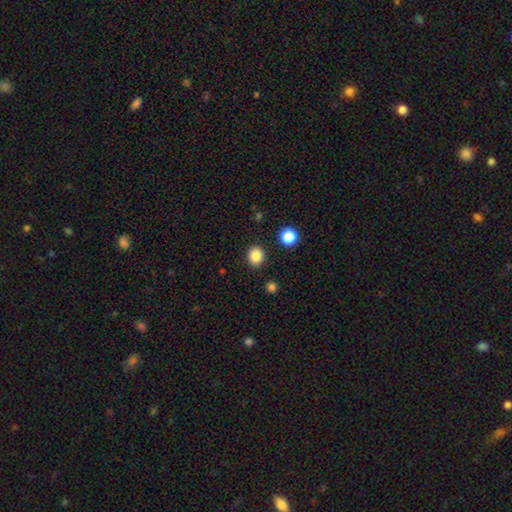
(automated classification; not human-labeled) smooth 85%, star or artifact 11%, featured or disk 4%. Down the decision tree: how rounded — round (76%); merging — none (89%).